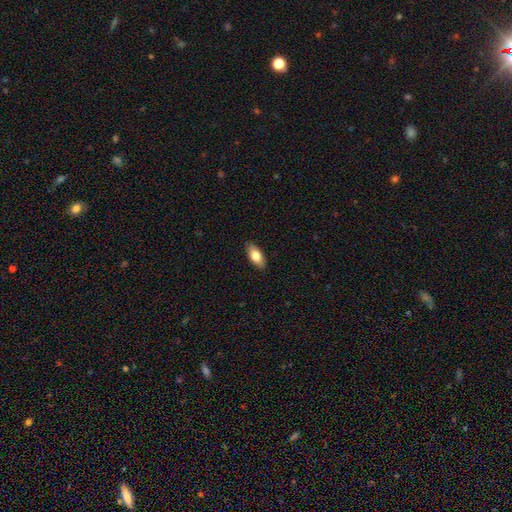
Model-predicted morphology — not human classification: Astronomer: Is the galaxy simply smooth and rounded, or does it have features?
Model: smooth — 80%.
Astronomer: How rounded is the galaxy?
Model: in between — 88%.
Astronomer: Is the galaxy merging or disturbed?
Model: none — 89%.